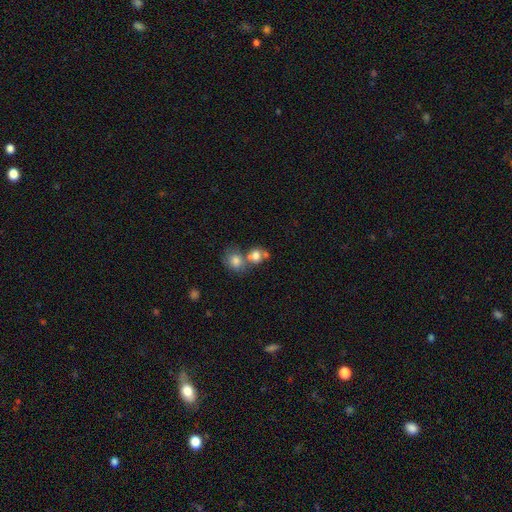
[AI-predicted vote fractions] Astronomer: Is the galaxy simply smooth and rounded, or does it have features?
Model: smooth — 77%.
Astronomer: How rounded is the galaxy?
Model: round — 68%.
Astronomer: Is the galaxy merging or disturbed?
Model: merger — 55% (runner-up: none, 32%).